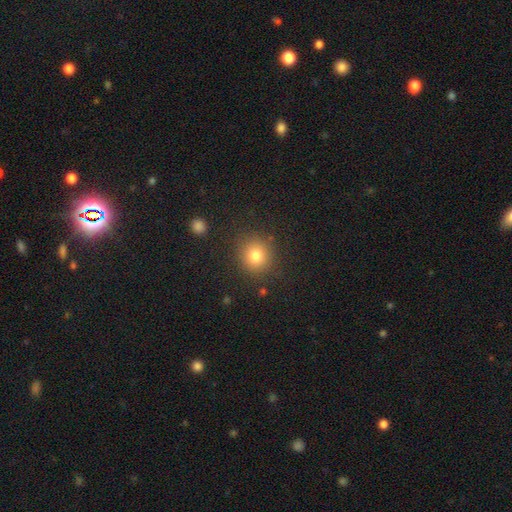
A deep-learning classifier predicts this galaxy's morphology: smooth 80%, star or artifact 12%, featured or disk 7%. Down the decision tree: how rounded — round (89%); merging — none (87%).